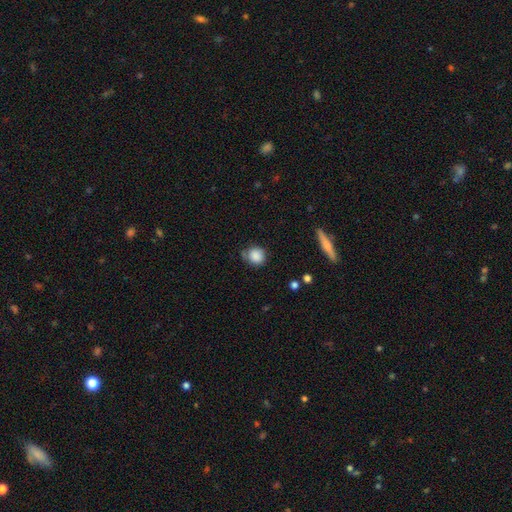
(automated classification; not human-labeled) smooth_or_featured: smooth (p=0.85) [alt: star or artifact p=0.09]
how_rounded: round (p=0.85) [alt: in between p=0.14]
merging: none (p=0.65) [alt: minor disturbance p=0.25]